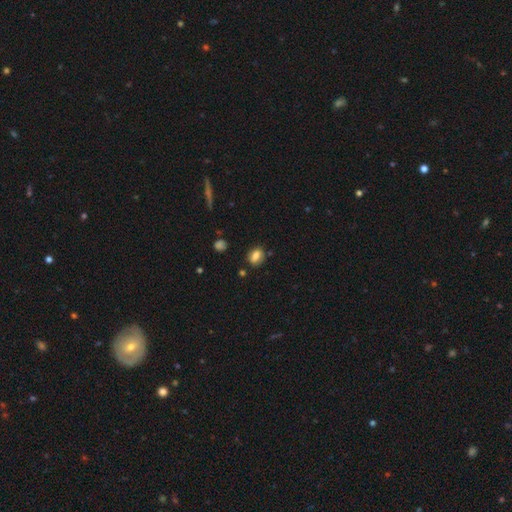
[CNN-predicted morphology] This is likely a smooth galaxy (79%). How rounded: likely in between (71%). Merging: likely none (77%).